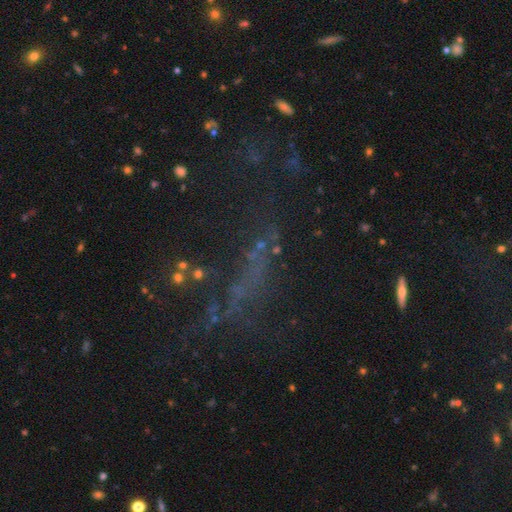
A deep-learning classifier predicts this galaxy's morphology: Smooth or featured?
  - star or artifact: 42% *
  - featured or disk: 31%
  - smooth: 27%